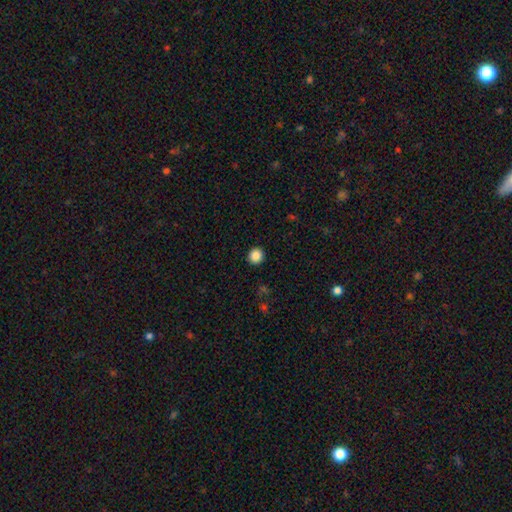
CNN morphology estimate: Overall: smooth (86%). How rounded: round (94%). Merging: none (93%).